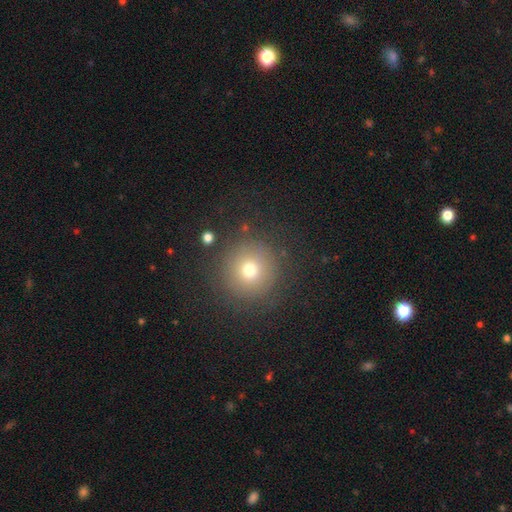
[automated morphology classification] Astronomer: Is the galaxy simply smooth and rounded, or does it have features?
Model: smooth — 60%.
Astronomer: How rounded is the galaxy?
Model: round — 95%.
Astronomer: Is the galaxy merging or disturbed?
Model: none — 89%.